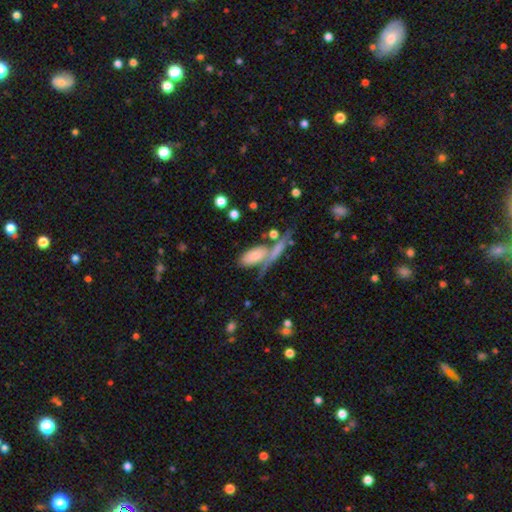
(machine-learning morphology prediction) Overall: smooth (72%). How rounded: in between (84%). Merging: none (36%; merger 35%).